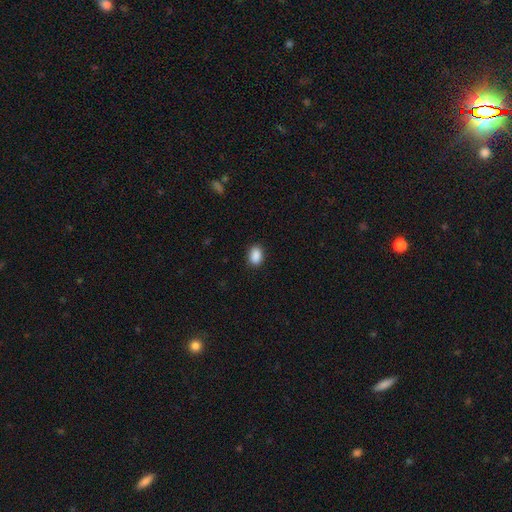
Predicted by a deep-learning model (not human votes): The model was most divided on "how rounded": in between: 82%, round: 16%, cigar-shaped: 1%. More confident: smooth or featured — smooth (89%); merging — none (88%).